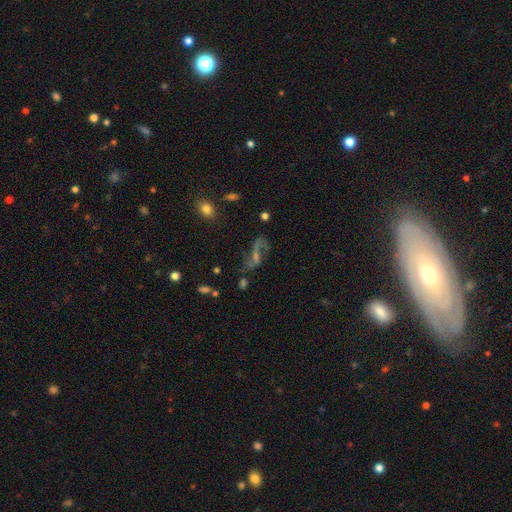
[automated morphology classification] featured or disk 68%, star or artifact 18%, smooth 14%. Down the decision tree: edge-on disk — no (91%); bar — weak (43%); spiral arms — yes (85%); spiral arm count — 2 (86%); spiral winding — loose (74%); bulge size — small (43%); merging — none (58%).